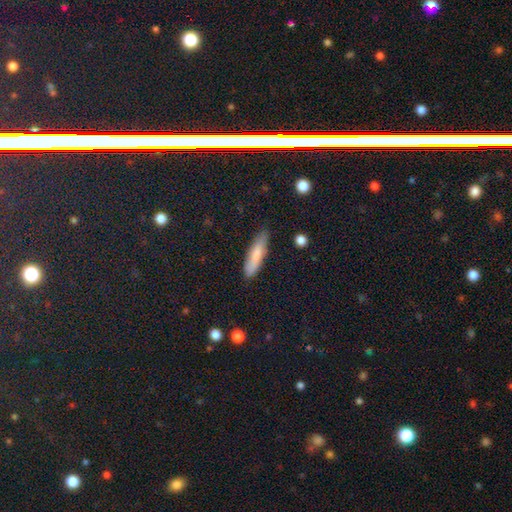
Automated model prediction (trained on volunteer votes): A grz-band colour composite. It shows a smooth galaxy with no disk features (79%) that is cigar-shaped (73%). Merging: none (83%).